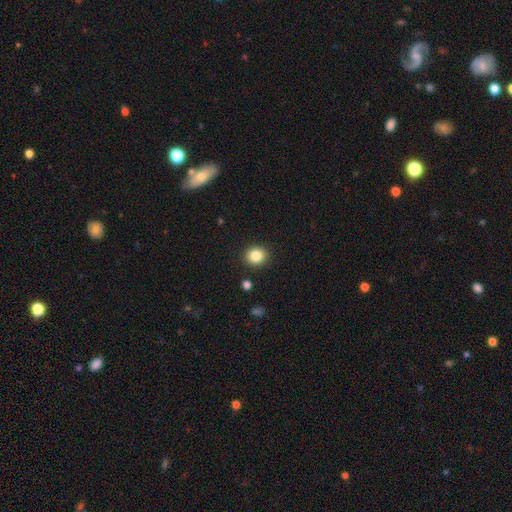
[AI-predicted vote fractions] Smooth or featured? smooth (84%)
How rounded? round (84%)
Merging? none (90%)